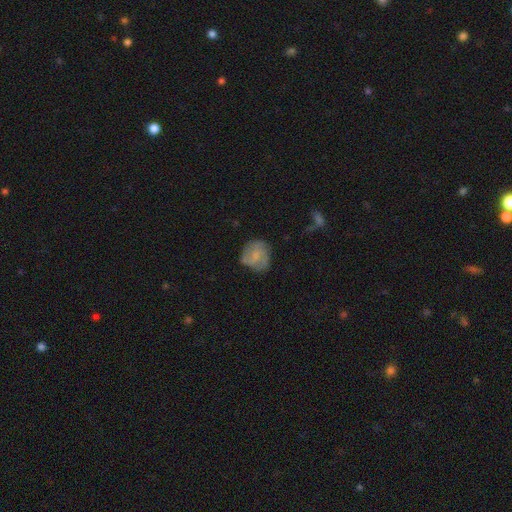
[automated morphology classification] type=smooth (59%); roundness=round (74%); merging=none (60%).